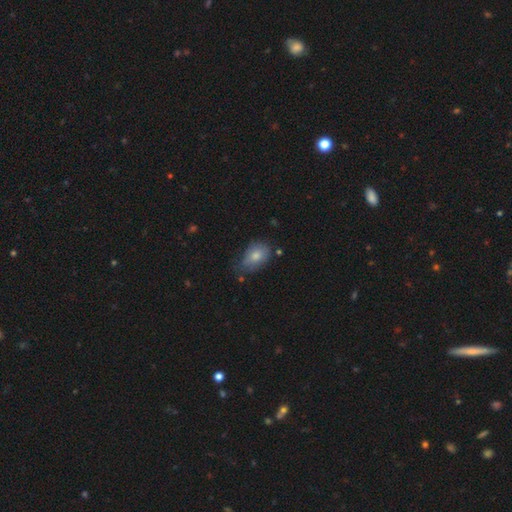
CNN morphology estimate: The model was most divided on "merging": none: 50%, minor disturbance: 37%, major disturbance: 9%, merger: 4%. More confident: how rounded — in between (84%); smooth or featured — smooth (77%).